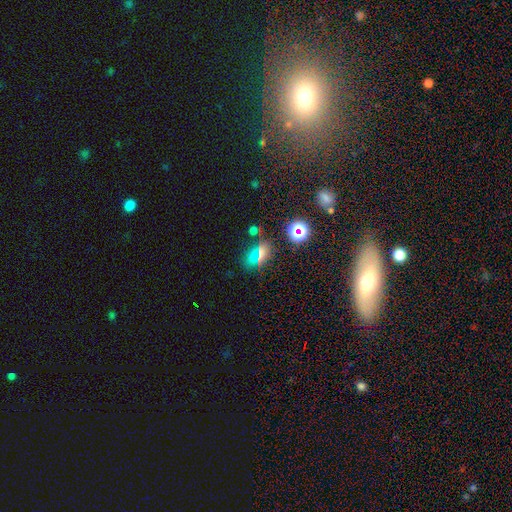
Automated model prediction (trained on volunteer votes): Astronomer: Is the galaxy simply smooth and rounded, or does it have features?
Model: smooth — 54% (runner-up: star or artifact, 36%).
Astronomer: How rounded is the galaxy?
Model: in between — 68%.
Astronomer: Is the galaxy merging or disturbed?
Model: none — 74%.